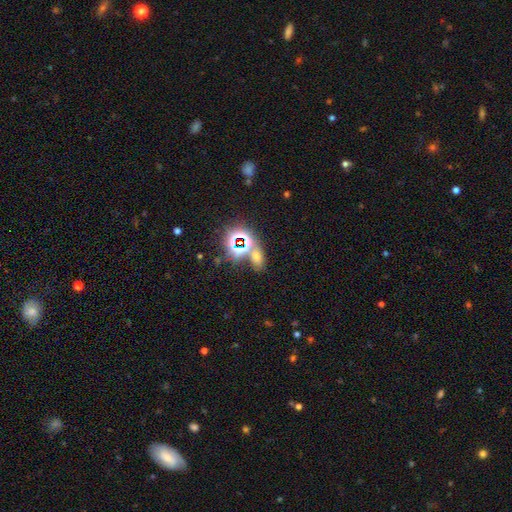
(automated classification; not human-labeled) smooth_or_featured: star or artifact (p=0.52) [alt: smooth p=0.38]